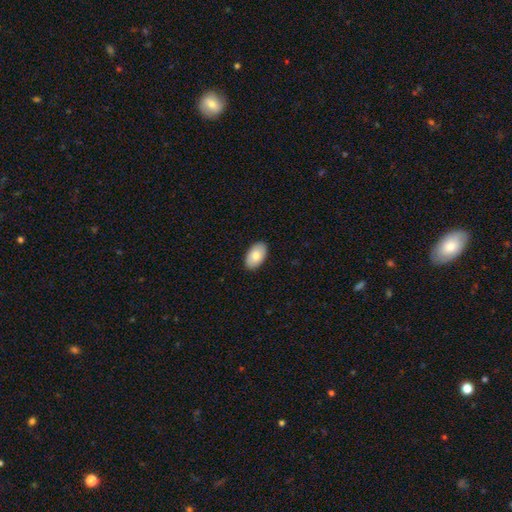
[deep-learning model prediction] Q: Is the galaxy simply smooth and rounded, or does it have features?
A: smooth — 83%.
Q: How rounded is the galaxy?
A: in between — 95%.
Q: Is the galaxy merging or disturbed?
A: none — 90%.